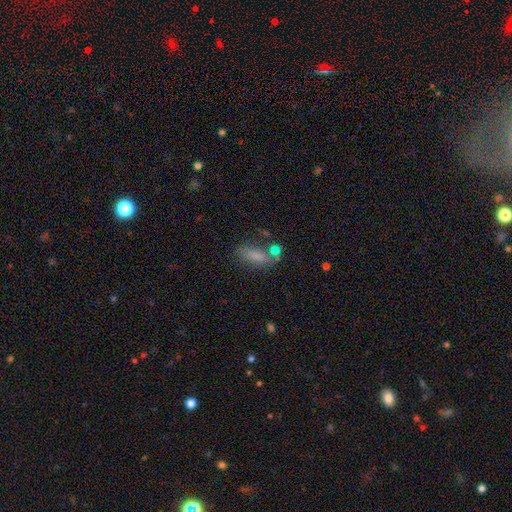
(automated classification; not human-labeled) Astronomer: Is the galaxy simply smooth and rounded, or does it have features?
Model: smooth — 76%.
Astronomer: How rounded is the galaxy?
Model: in between — 66%.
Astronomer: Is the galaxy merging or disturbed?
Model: none — 58%.